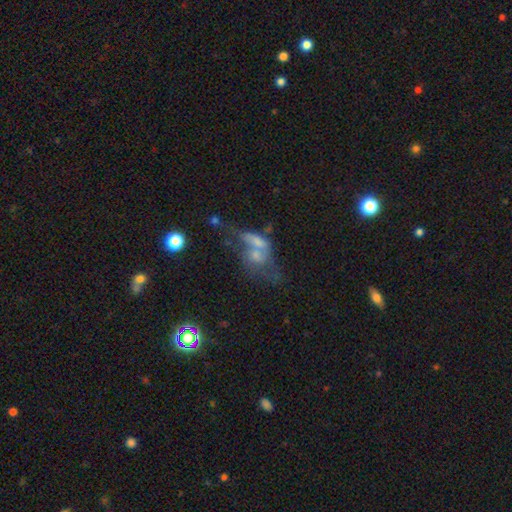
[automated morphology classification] type=smooth (48%); merging=merger (62%).